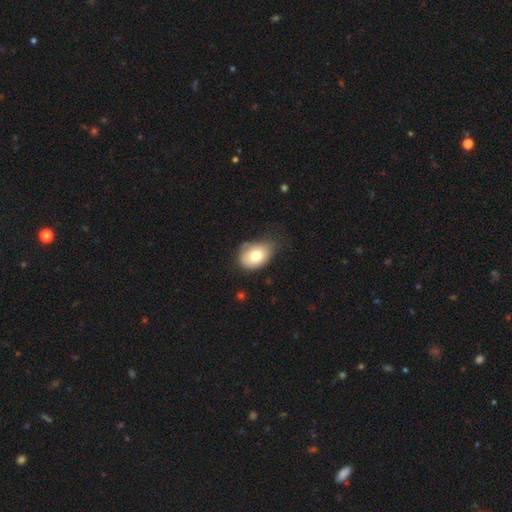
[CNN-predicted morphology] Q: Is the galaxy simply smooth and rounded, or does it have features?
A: smooth — 75%.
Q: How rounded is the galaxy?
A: in between — 71%.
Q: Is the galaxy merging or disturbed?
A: none — 45%.